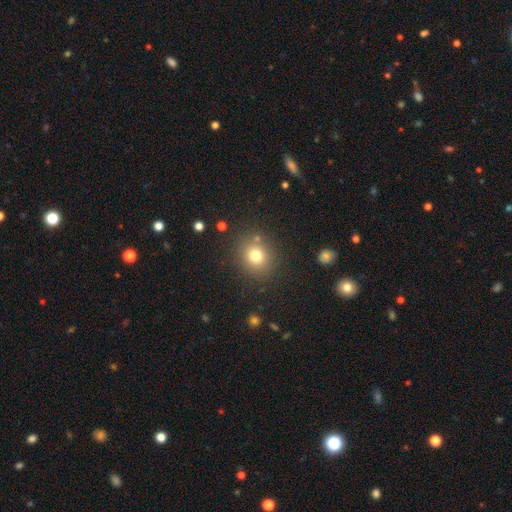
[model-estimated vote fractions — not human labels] Q: Smooth or featured?
A: smooth (77%); runner-up: star or artifact (14%)
Q: How rounded?
A: round (82%); runner-up: in between (17%)
Q: Merging?
A: none (83%); runner-up: minor disturbance (9%)